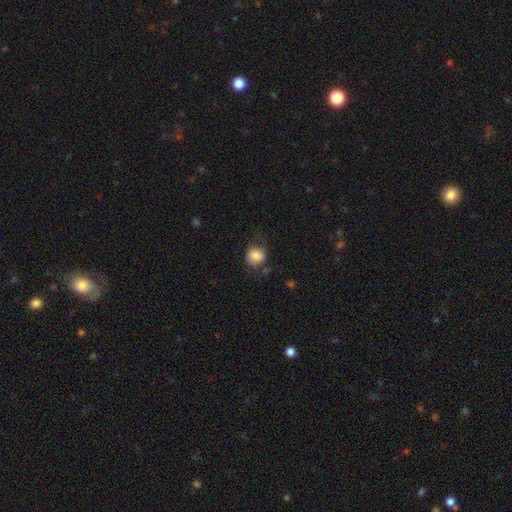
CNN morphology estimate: type=smooth (77%); roundness=round (67%); merging=none (53%).